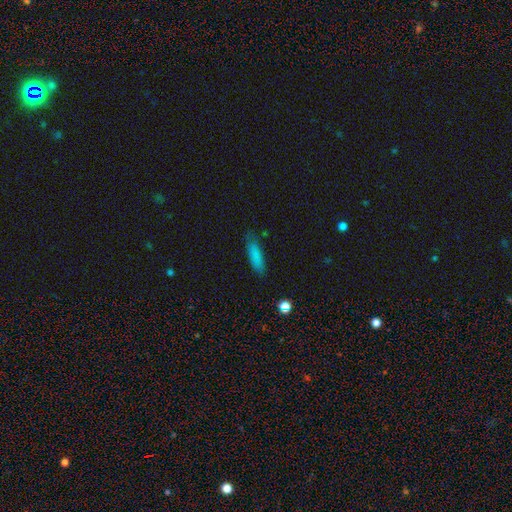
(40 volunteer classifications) Overall: smooth (82%). How rounded: in between (48%, tied with cigar-shaped). Merging: none (72%).